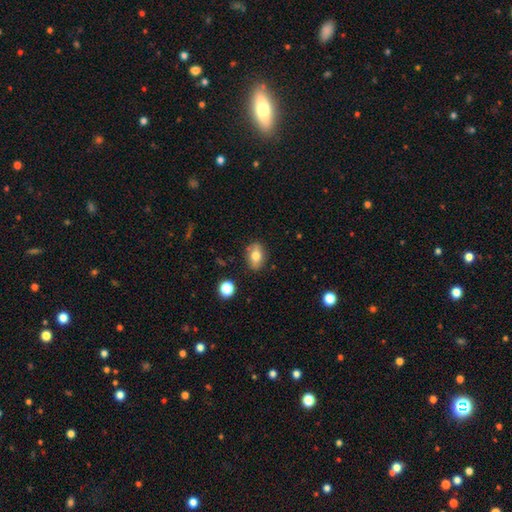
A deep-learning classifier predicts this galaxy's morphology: The model was most divided on "smooth or featured": smooth: 68%, featured or disk: 23%, star or artifact: 9%. More confident: merging — none (84%); how rounded — in between (78%).